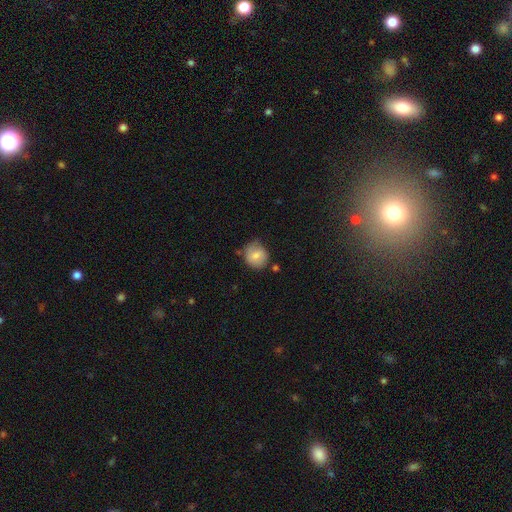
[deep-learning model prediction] Smooth or featured? smooth (72%)
How rounded? round (80%)
Merging? none (65%)